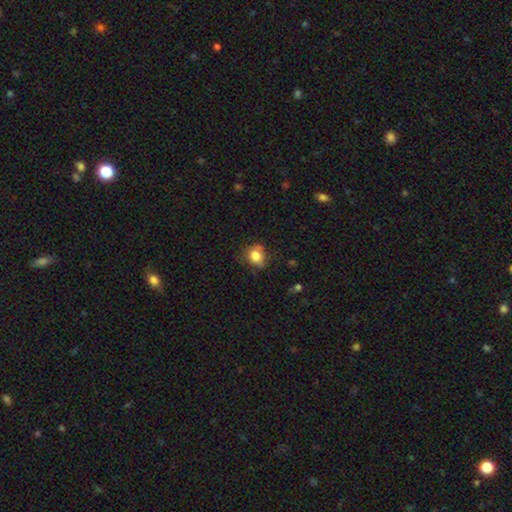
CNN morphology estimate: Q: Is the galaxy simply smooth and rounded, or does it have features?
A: smooth — 79%.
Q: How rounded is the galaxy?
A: round — 62%.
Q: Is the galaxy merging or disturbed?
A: none — 61%.